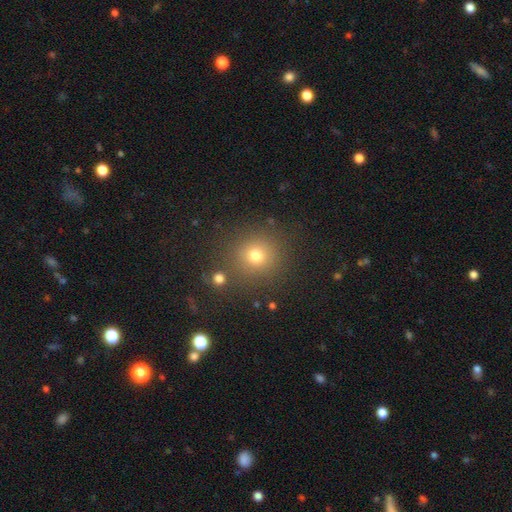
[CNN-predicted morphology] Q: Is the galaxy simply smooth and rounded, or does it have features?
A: smooth — 72%.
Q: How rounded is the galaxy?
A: round — 89%.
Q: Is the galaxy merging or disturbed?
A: none — 84%.